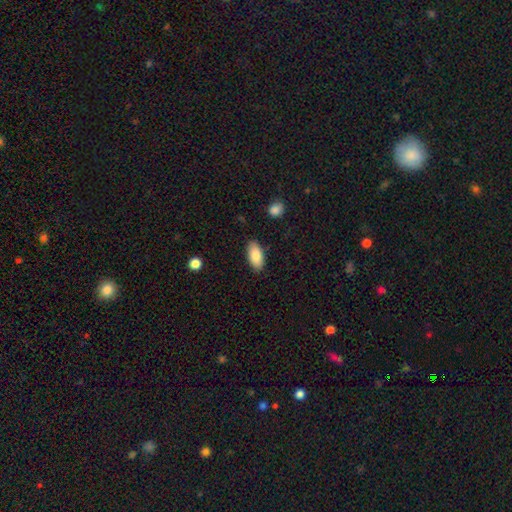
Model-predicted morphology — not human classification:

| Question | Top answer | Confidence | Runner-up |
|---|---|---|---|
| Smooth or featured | smooth | 86% | featured or disk (8%) |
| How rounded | in between | 91% | cigar-shaped (7%) |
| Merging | none | 86% | minor disturbance (11%) |